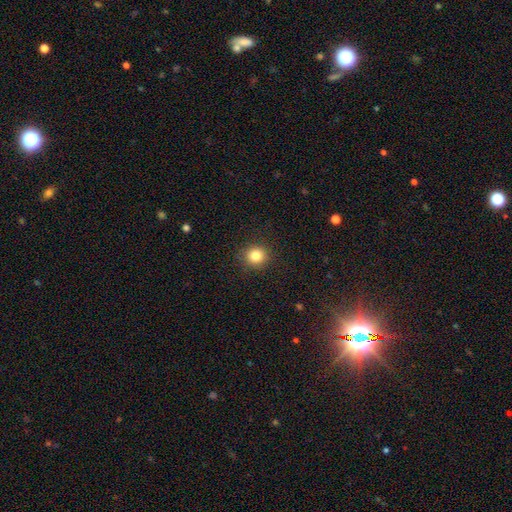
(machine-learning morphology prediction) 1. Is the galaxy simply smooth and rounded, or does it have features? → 83% smooth, 11% star or artifact, 6% featured or disk.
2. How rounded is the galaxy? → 91% round, 8% in between, 1% cigar-shaped.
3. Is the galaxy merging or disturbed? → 91% none, 6% minor disturbance, 2% major disturbance, 1% merger.